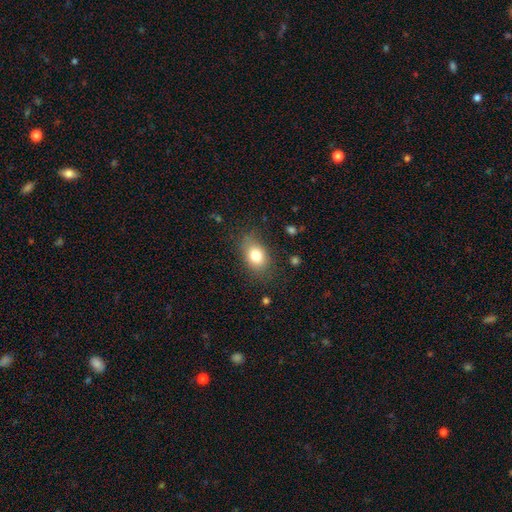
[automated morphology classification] smooth_or_featured: smooth (p=0.80) [alt: featured or disk p=0.11]
how_rounded: in between (p=0.78) [alt: round p=0.21]
merging: none (p=0.77) [alt: minor disturbance p=0.17]